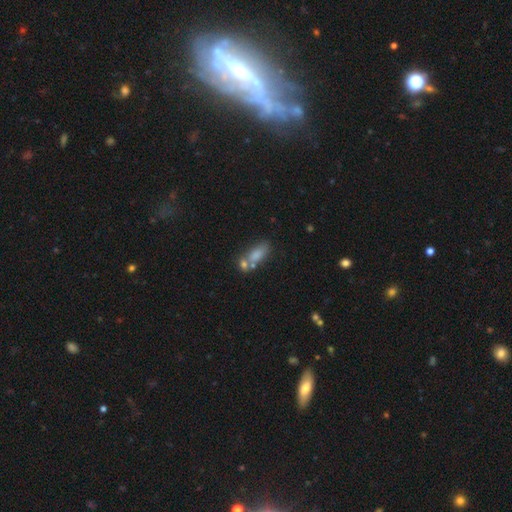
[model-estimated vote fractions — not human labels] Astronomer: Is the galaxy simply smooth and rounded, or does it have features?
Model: smooth — 75%.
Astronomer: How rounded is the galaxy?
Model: in between — 77%.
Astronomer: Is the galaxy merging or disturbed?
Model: none — 42% (runner-up: merger, 37%).